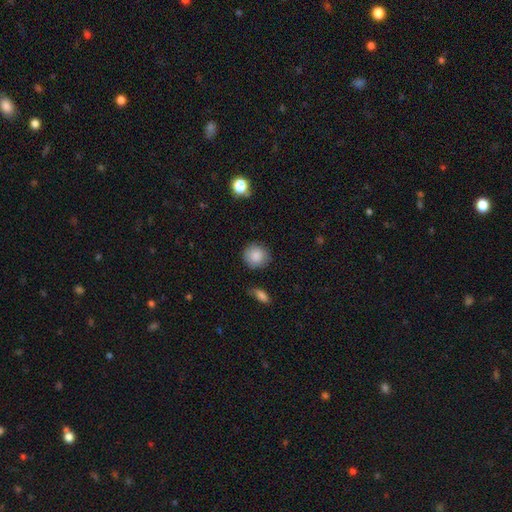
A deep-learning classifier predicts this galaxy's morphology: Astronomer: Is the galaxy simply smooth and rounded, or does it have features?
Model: smooth — 87%.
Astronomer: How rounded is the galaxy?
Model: round — 89%.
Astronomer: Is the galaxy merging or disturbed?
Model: none — 83%.